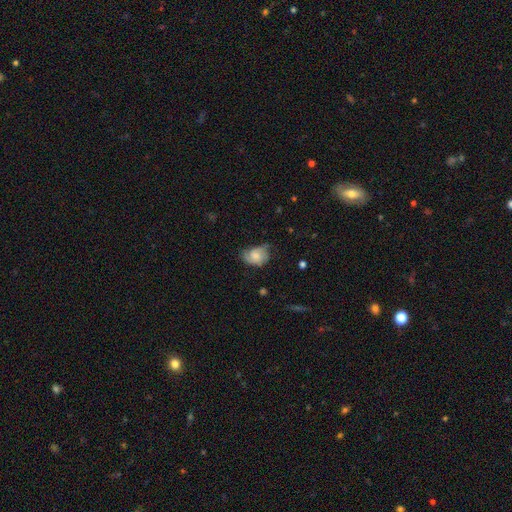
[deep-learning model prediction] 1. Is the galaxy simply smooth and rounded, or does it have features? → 52% smooth, 40% featured or disk, 8% star or artifact.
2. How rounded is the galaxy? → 68% in between, 31% round, 1% cigar-shaped.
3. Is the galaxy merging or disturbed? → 44% none, 38% minor disturbance, 17% major disturbance, 2% merger.